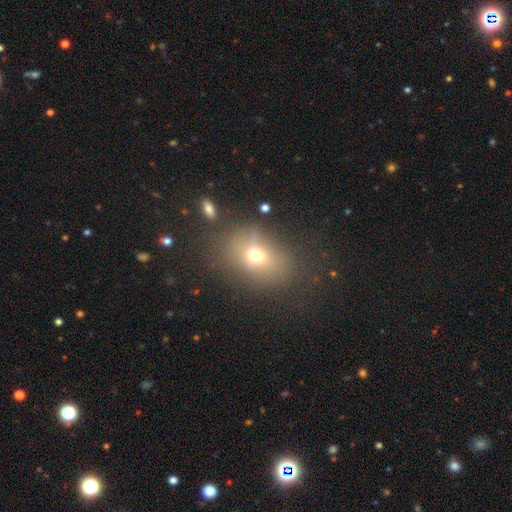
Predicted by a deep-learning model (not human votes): Smooth or featured: smooth — 63% (featured or disk — 19%)
How rounded: in between — 55% (round — 43%)
Merging: none — 64% (minor disturbance — 19%)